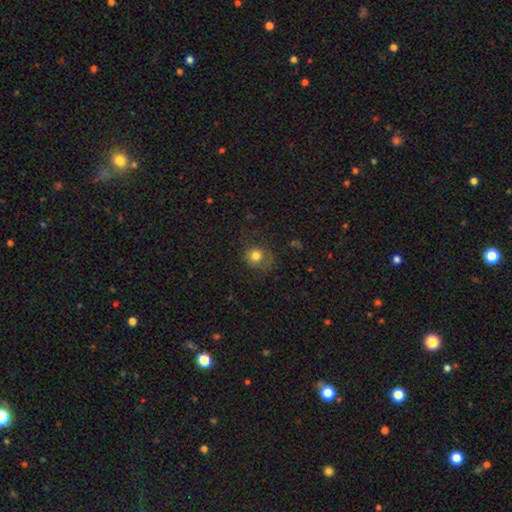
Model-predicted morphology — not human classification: A smooth galaxy with no disk features (77%) that is round (85%).

Vote fractions:
- Smooth or featured? smooth: 77% / star or artifact: 12% / featured or disk: 11%
- How rounded? round: 85% / in between: 14% / cigar-shaped: 1%
- Merging? none: 68% / minor disturbance: 18% / major disturbance: 13% / merger: 1%